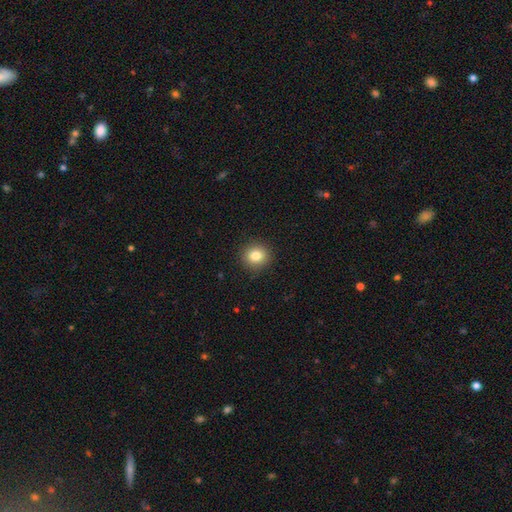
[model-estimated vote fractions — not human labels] A smooth galaxy with no disk features (83%) that is round (87%).

Vote fractions:
- Smooth or featured? smooth: 83% / star or artifact: 11% / featured or disk: 7%
- How rounded? round: 87% / in between: 12% / cigar-shaped: 1%
- Merging? none: 91% / minor disturbance: 6% / major disturbance: 2% / merger: 1%